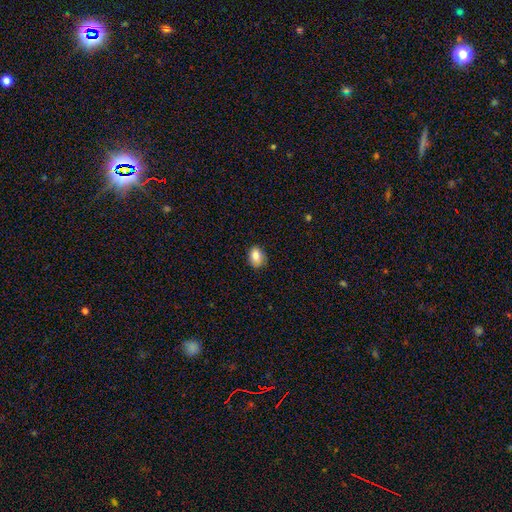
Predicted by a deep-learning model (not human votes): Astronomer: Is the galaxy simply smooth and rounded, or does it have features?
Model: smooth — 84%.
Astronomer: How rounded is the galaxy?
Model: in between — 72%.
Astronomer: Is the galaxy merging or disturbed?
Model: none — 77%.